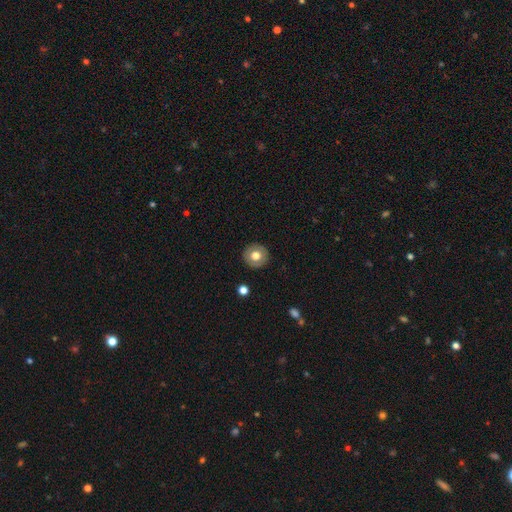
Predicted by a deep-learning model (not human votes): Q: Smooth or featured?
A: smooth (67%); runner-up: featured or disk (25%)
Q: How rounded?
A: round (92%); runner-up: in between (7%)
Q: Merging?
A: none (90%); runner-up: minor disturbance (7%)